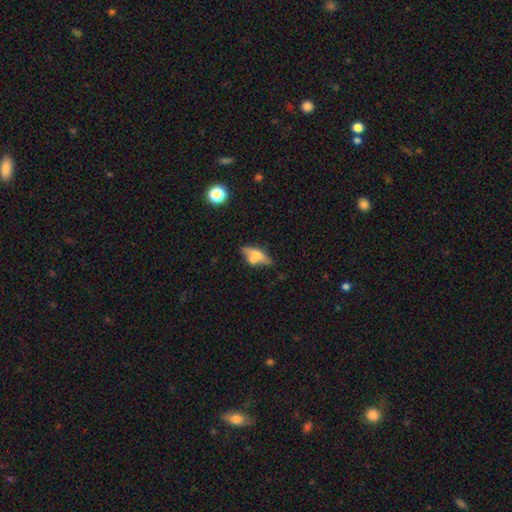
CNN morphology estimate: This is possibly a smooth galaxy (46%). Merging: possibly none (51%).